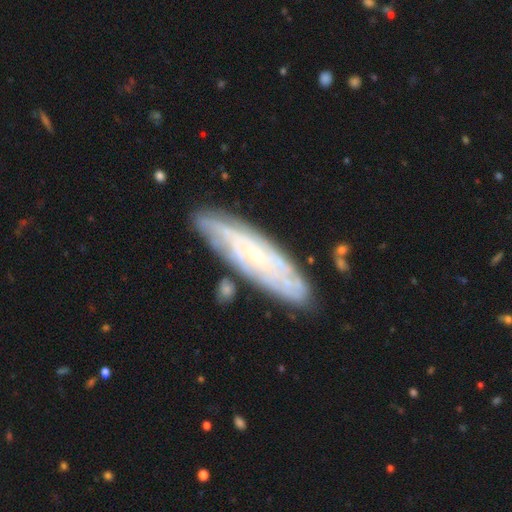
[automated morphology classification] featured or disk 74%, smooth 20%, star or artifact 6%. Down the decision tree: edge-on disk — no (70%); bar — no (64%); spiral arms — yes (85%); bulge size — small (76%); merging — none (79%).